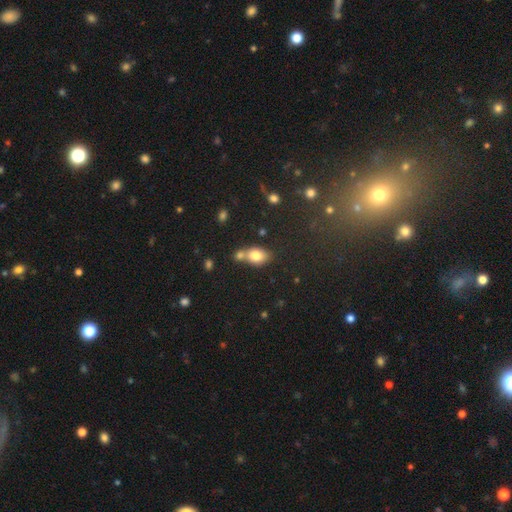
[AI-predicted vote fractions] Smooth or featured: smooth — 77% (featured or disk — 13%)
How rounded: in between — 72% (round — 26%)
Merging: none — 42% (tied with merger — 42%)